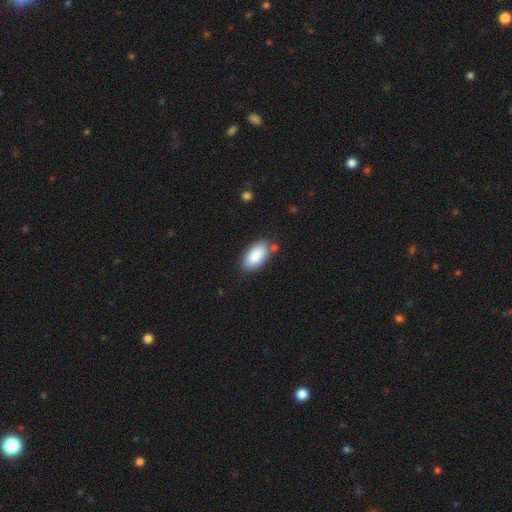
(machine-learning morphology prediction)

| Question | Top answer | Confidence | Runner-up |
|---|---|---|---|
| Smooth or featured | smooth | 87% | featured or disk (7%) |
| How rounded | in between | 93% | cigar-shaped (5%) |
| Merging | none | 81% | minor disturbance (12%) |